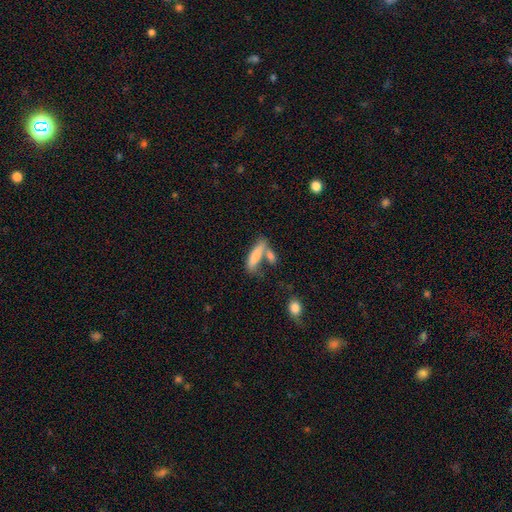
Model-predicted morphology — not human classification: smooth-or-featured: smooth: 77% | featured or disk: 16% | star or artifact: 7%
  how-rounded: cigar-shaped: 65% | in between: 33% | round: 2%
  merging: none: 43% | merger: 36% | minor disturbance: 14% | major disturbance: 7%